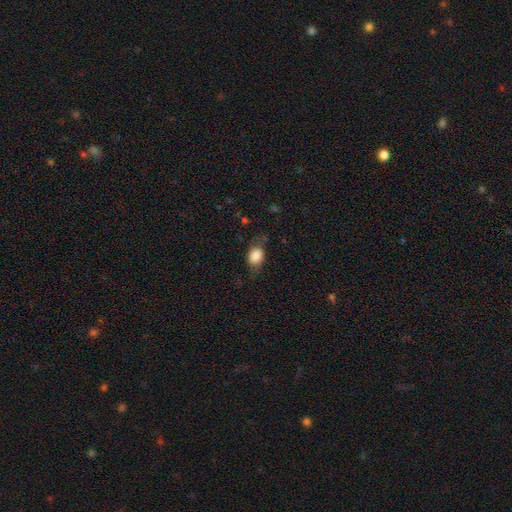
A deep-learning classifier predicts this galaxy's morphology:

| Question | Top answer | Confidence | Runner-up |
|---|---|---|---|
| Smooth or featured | smooth | 81% | featured or disk (11%) |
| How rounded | in between | 73% | round (25%) |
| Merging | none | 62% | minor disturbance (25%) |